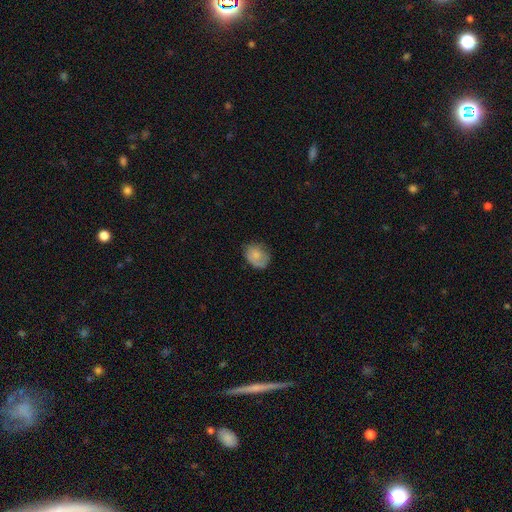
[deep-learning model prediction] Smooth or featured? Predicted: smooth (p=0.70). How rounded? Predicted: round (p=0.54). Merging? Predicted: none (p=0.61).